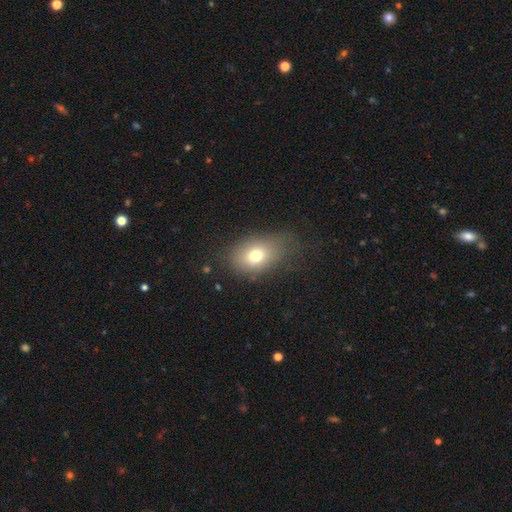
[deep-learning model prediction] This is likely a smooth galaxy (72%). How rounded: likely in between (73%). Merging: likely none (62%).